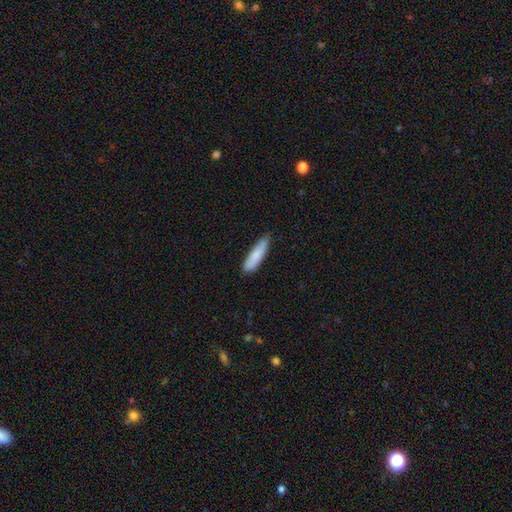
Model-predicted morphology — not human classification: Smooth or featured: smooth — 82% (featured or disk — 12%)
How rounded: cigar-shaped — 71% (in between — 28%)
Merging: none — 72% (minor disturbance — 23%)